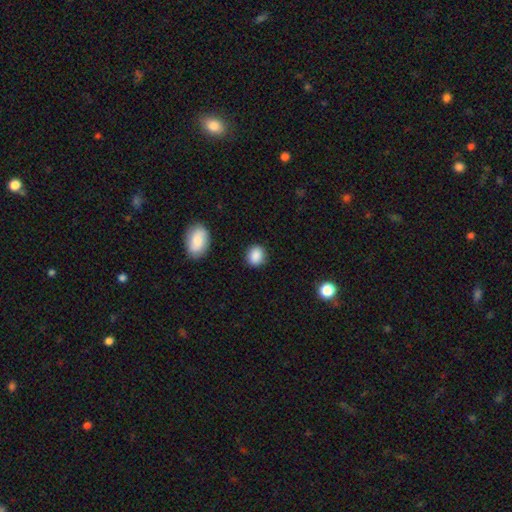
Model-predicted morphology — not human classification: smooth_or_featured: smooth (p=0.88) [alt: star or artifact p=0.08]
how_rounded: round (p=0.66) [alt: in between p=0.33]
merging: none (p=0.85) [alt: minor disturbance p=0.10]